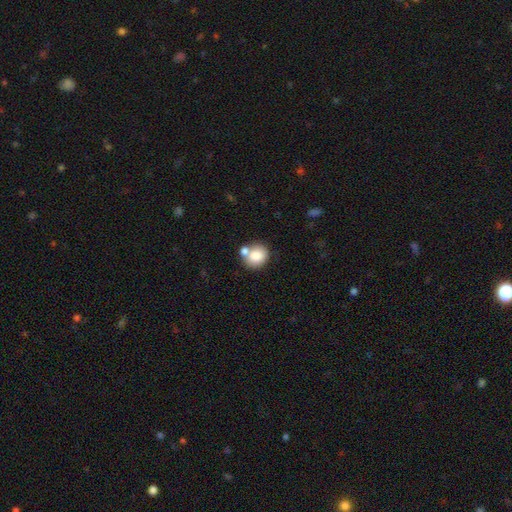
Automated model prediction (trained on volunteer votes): Smooth or featured: smooth — 81% (featured or disk — 11%)
How rounded: round — 80% (in between — 19%)
Merging: none — 54% (merger — 32%)